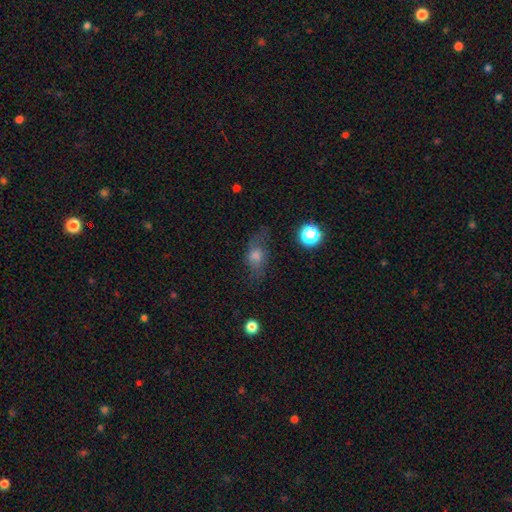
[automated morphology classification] Smooth or featured? smooth (56%)
How rounded? in between (70%)
Merging? none (60%)